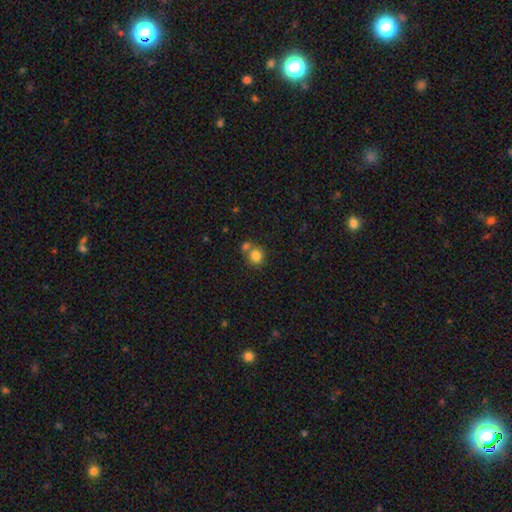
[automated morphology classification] This is clearly a smooth galaxy (82%). How rounded: clearly round (88%). Merging: possibly none (55%).